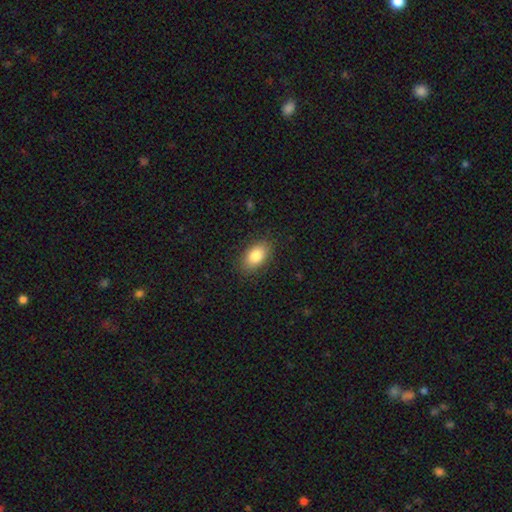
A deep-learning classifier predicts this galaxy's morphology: Overall: smooth (85%). How rounded: in between (91%). Merging: none (86%).